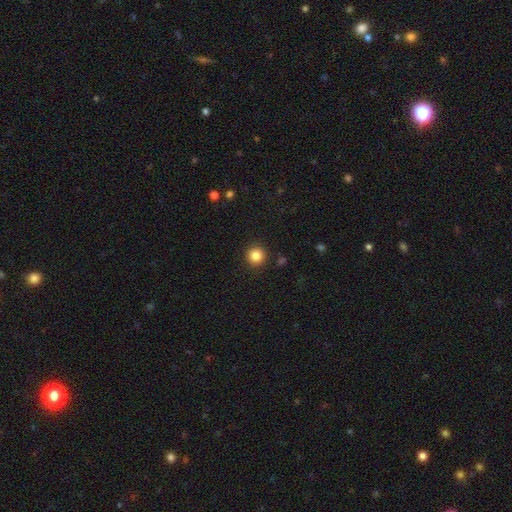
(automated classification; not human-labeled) The model was most divided on "smooth or featured": smooth: 85%, star or artifact: 11%, featured or disk: 4%. More confident: how rounded — round (95%); merging — none (92%).